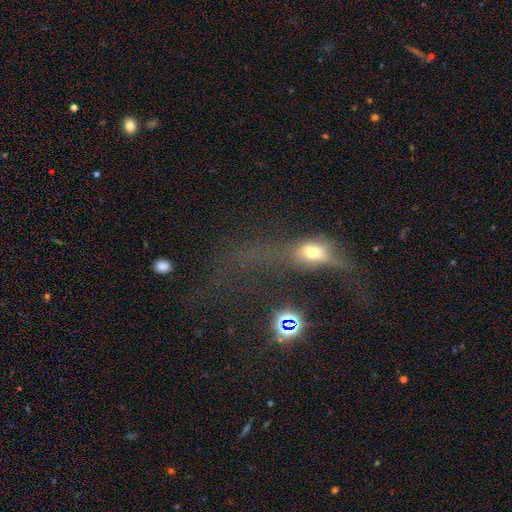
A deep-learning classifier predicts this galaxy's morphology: Smooth or featured? featured or disk (42%)
Merging? major disturbance (54%)